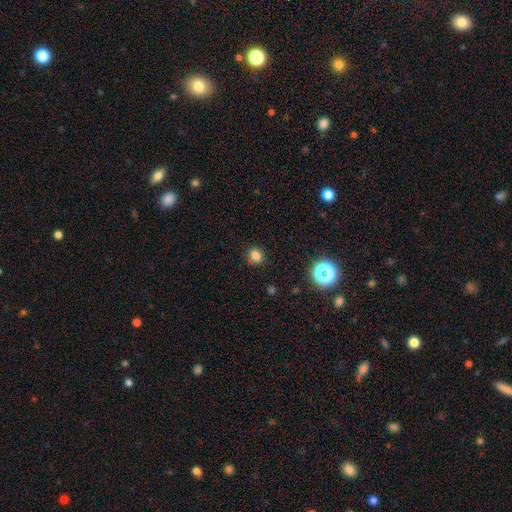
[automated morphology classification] Smooth or featured: smooth — 79% (star or artifact — 16%)
How rounded: round — 79% (in between — 20%)
Merging: none — 89% (minor disturbance — 7%)